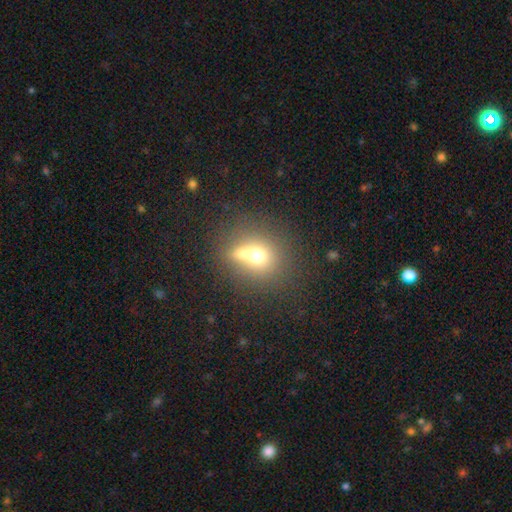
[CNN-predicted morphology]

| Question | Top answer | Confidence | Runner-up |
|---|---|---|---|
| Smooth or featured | smooth | 66% | featured or disk (21%) |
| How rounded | round | 78% | in between (21%) |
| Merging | merger | 51% | none (37%) |